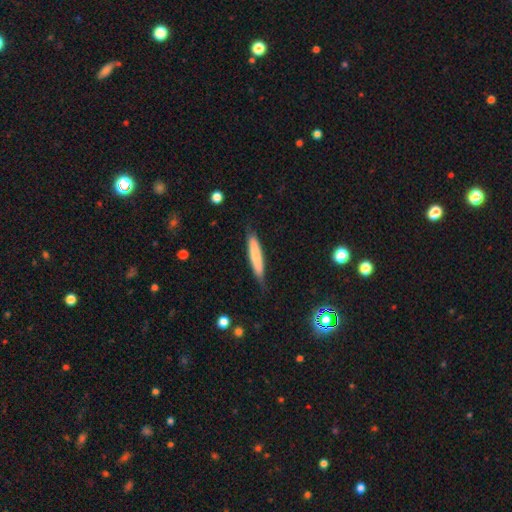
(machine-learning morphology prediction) This appears to be a smooth galaxy with no disk features (75%) that is cigar-shaped (91%). Merging: none (78%).